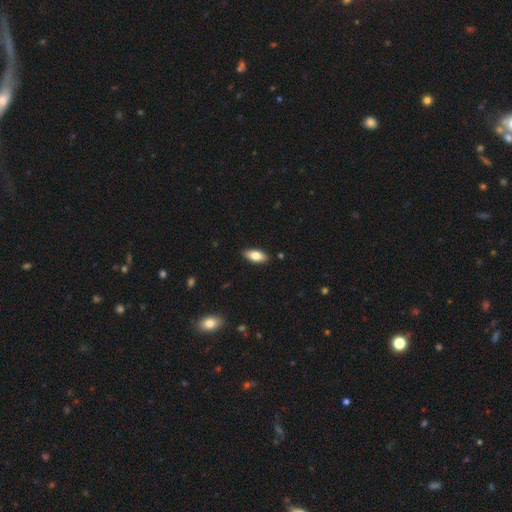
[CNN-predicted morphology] smooth-or-featured: smooth: 76% | featured or disk: 18% | star or artifact: 6%
  how-rounded: in between: 81% | cigar-shaped: 16% | round: 2%
  merging: none: 89% | minor disturbance: 9% | major disturbance: 2% | merger: 1%